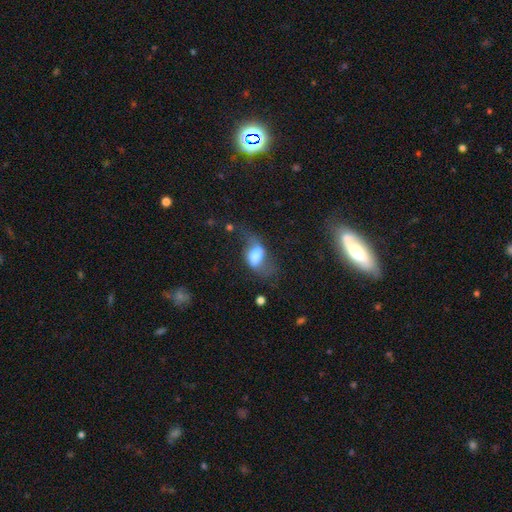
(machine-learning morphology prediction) This appears to be a smooth galaxy with no disk features (52%) that is in between round and cigar-shaped (85%). Merging: major disturbance (36%).